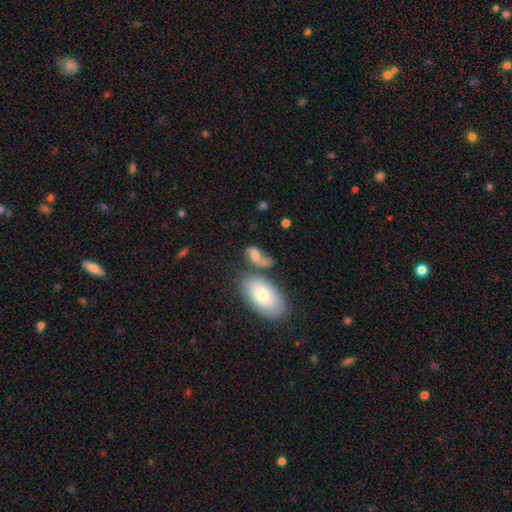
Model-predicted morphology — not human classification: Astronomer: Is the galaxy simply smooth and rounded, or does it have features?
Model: smooth — 60%.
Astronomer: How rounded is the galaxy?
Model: in between — 87%.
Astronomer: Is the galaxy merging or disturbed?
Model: merger — 33% (runner-up: none, 31%).